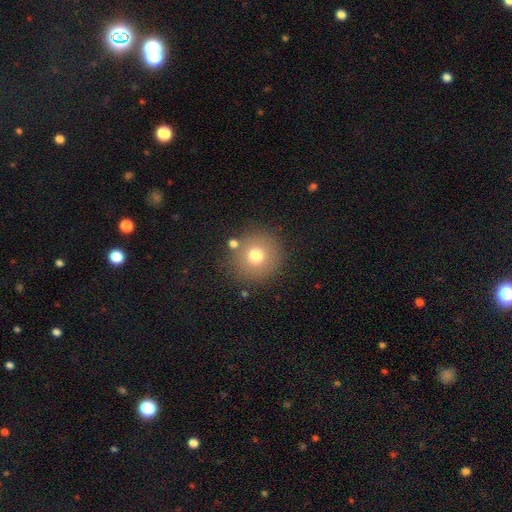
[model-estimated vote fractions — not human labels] Overall: smooth (73%). How rounded: round (94%). Merging: none (83%).